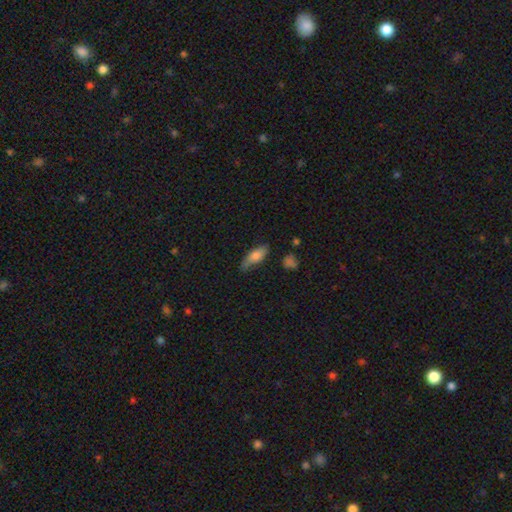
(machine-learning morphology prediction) This is likely a smooth galaxy (73%). How rounded: likely in between (73%). Merging: possibly none (59%).